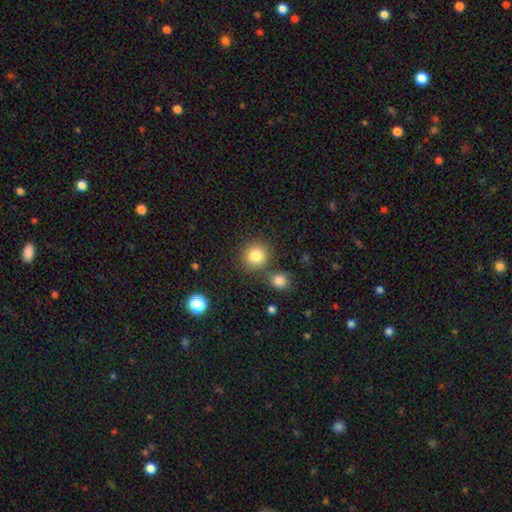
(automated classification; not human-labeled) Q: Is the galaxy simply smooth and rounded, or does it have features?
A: smooth — 83%.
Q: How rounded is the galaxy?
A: round — 89%.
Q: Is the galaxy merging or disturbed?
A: none — 77%.